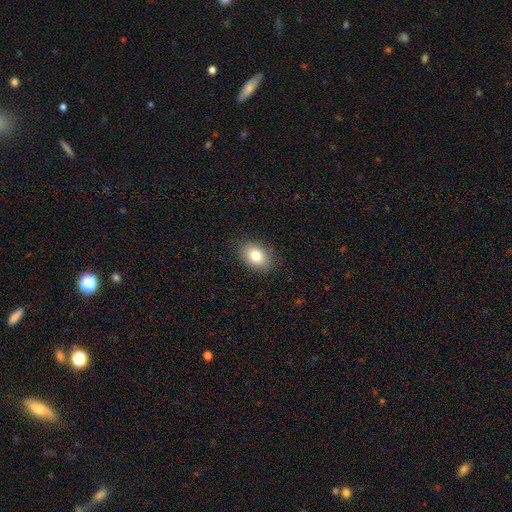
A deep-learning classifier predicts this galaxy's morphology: This appears to be a smooth galaxy with no disk features (81%) that is in between round and cigar-shaped (72%). Merging: none (84%).